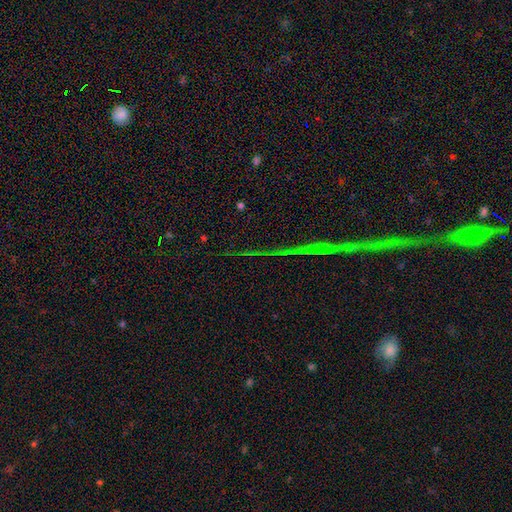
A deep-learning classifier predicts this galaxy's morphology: Smooth or featured? Predicted: star or artifact (p=0.80).